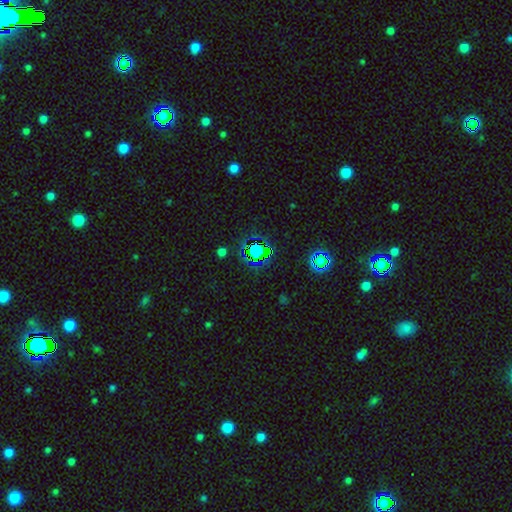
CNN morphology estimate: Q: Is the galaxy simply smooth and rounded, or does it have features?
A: star or artifact — 65%.